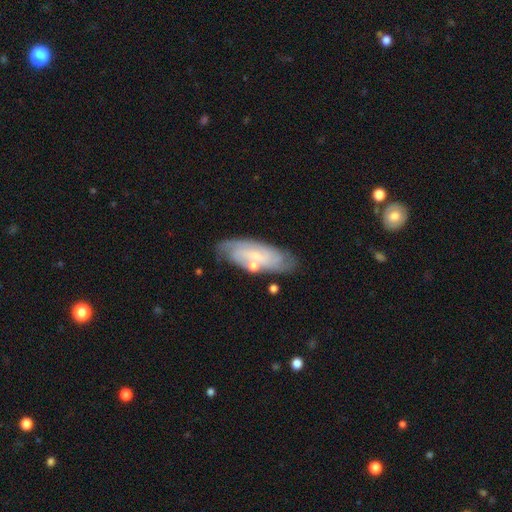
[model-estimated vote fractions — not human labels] This appears to be a featured or disk galaxy (68%) with no bar (57%), tight (60%) spiral arms (88%) and a small central bulge (73%). Merging: none (73%).